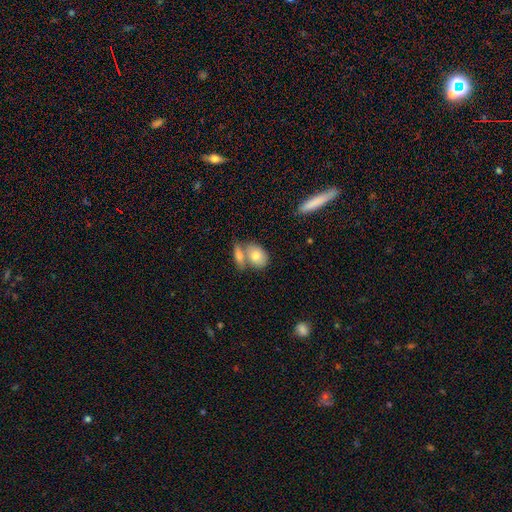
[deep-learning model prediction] Smooth or featured? smooth (75%)
How rounded? in between (75%)
Merging? merger (45%)